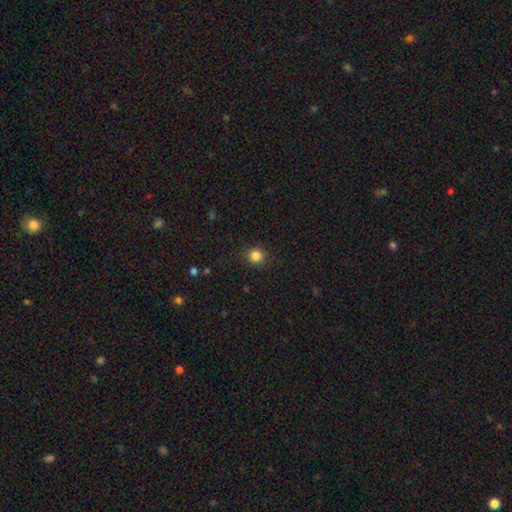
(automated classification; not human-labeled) Overall: smooth (85%). How rounded: round (93%). Merging: none (89%).